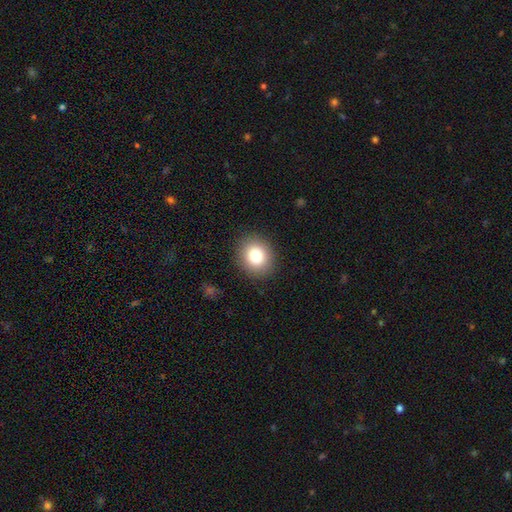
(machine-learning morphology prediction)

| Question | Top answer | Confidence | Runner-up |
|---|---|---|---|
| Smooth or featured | smooth | 83% | star or artifact (10%) |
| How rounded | round | 67% | in between (32%) |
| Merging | none | 89% | minor disturbance (8%) |